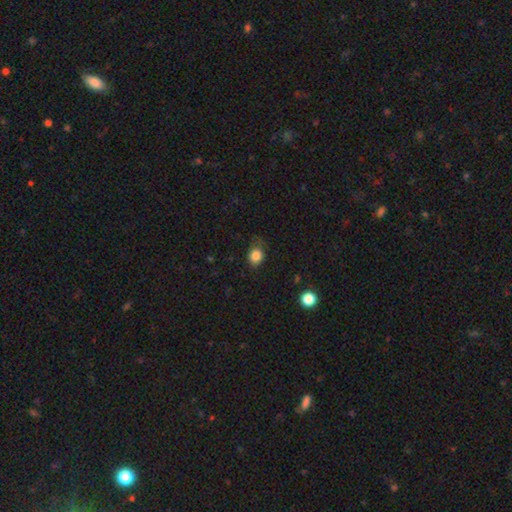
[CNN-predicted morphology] Q: Smooth or featured?
A: smooth (84%); runner-up: star or artifact (11%)
Q: How rounded?
A: round (53%); runner-up: in between (46%)
Q: Merging?
A: none (66%); runner-up: minor disturbance (25%)